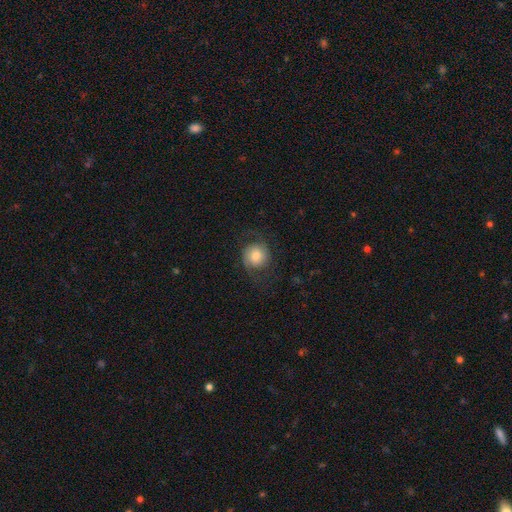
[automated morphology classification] type=featured or disk (46%); merging=none (70%).